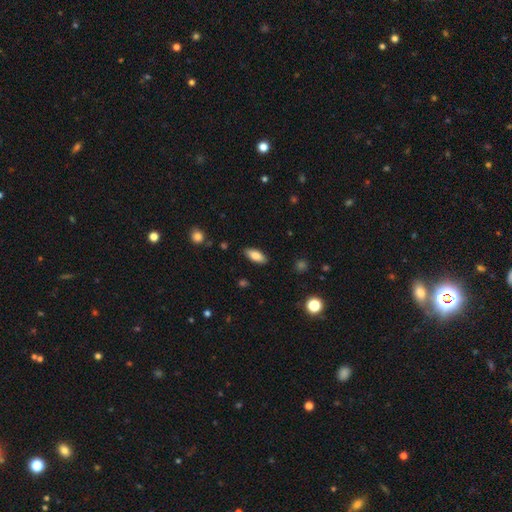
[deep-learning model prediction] Smooth or featured? Predicted: smooth (p=0.80). How rounded? Predicted: in between (p=0.82). Merging? Predicted: none (p=0.87).